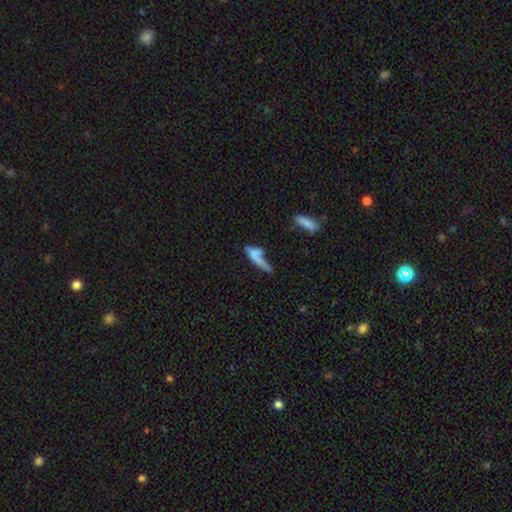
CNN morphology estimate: This appears to be a smooth galaxy with no disk features (62%) that is cigar-shaped (66%). Merging: none (29%).